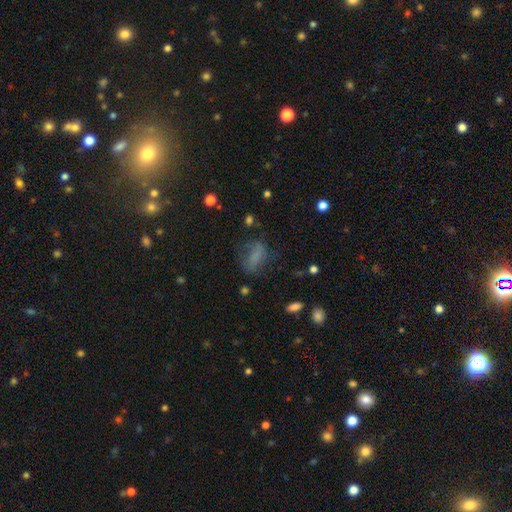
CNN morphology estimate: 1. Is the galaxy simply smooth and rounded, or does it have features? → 65% smooth, 19% featured or disk, 16% star or artifact.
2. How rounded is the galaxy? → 78% in between, 13% round, 8% cigar-shaped.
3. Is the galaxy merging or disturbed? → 50% none, 24% minor disturbance, 23% major disturbance, 3% merger.